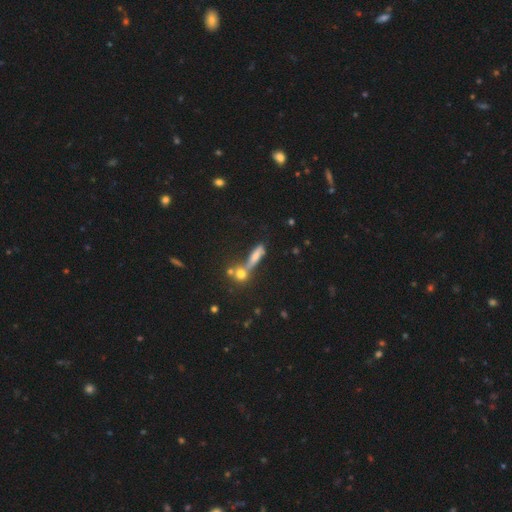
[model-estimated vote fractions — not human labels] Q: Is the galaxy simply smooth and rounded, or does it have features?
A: smooth — 60%.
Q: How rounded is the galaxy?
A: cigar-shaped — 63%.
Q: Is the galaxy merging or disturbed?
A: none — 42%.